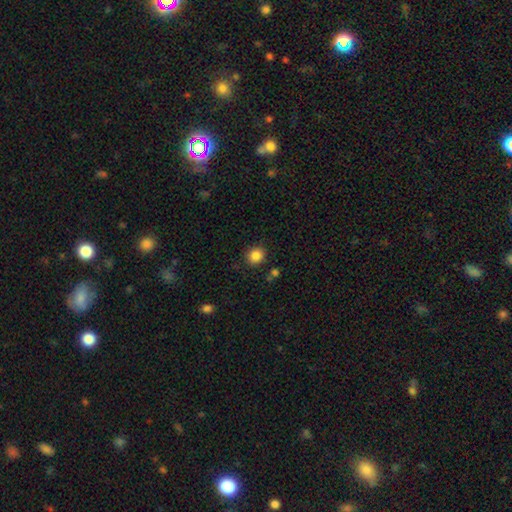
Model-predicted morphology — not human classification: This appears to be a smooth galaxy with no disk features (86%) that is round (81%). Merging: none (86%).